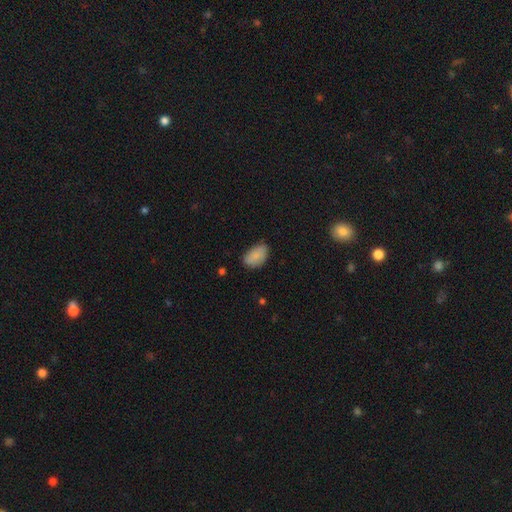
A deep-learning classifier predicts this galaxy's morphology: Smooth or featured: smooth — 85% (featured or disk — 8%)
How rounded: in between — 91% (round — 7%)
Merging: none — 71% (minor disturbance — 24%)